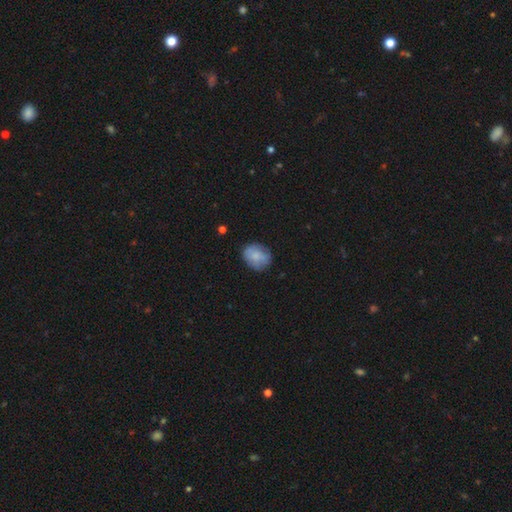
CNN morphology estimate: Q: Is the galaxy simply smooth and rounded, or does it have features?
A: smooth — 71%.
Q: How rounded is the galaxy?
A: round — 57%.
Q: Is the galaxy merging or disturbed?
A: none — 73%.